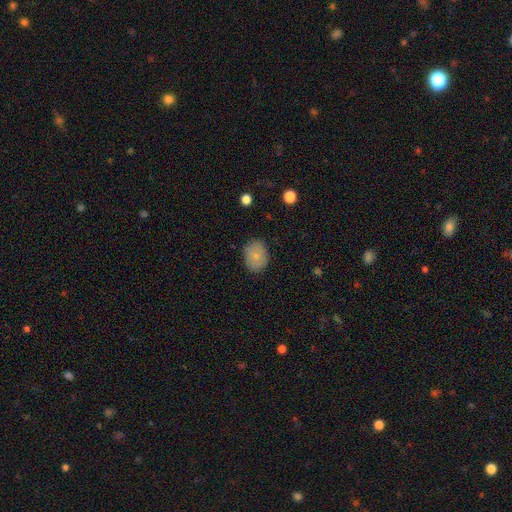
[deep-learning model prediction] Overall: smooth (80%). How rounded: in between (64%; round 35%). Merging: none (84%).